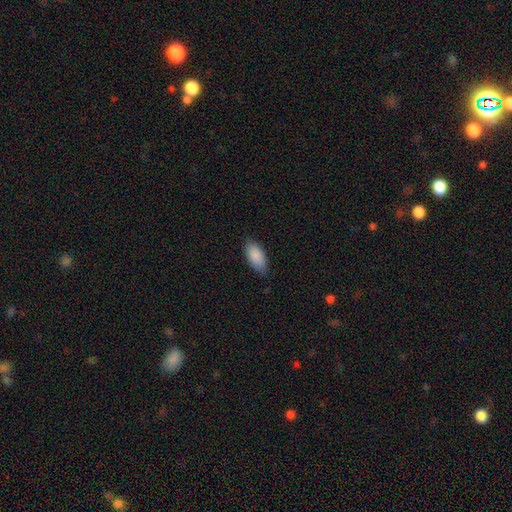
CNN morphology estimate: Smooth or featured?
  - smooth: 89% *
  - star or artifact: 6%
  - featured or disk: 5%
How rounded?
  - in between: 92% *
  - cigar-shaped: 6%
  - round: 2%
Merging?
  - none: 80% *
  - minor disturbance: 17%
  - major disturbance: 3%
  - merger: 1%